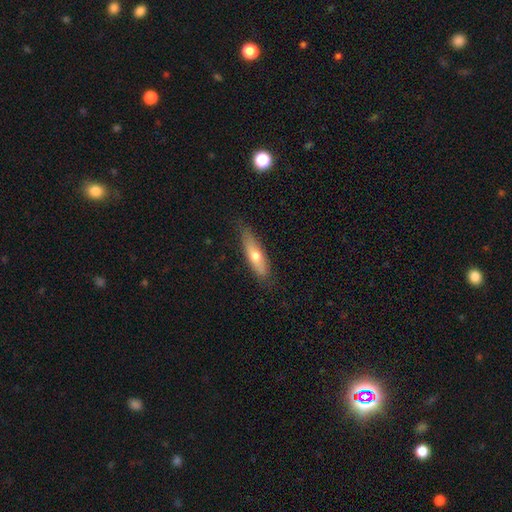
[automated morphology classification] smooth-or-featured: smooth: 58% | featured or disk: 36% | star or artifact: 6%
  how-rounded: cigar-shaped: 60% | in between: 37% | round: 3%
  merging: none: 76% | minor disturbance: 19% | major disturbance: 3% | merger: 1%